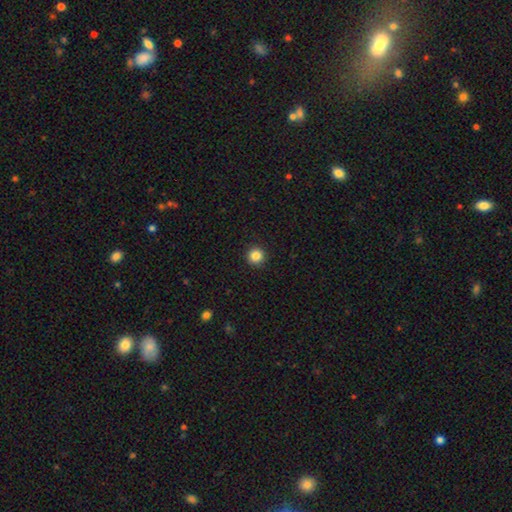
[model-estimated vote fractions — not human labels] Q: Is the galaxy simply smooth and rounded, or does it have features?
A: smooth — 85%.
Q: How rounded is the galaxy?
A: round — 96%.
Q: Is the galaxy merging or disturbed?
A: none — 92%.